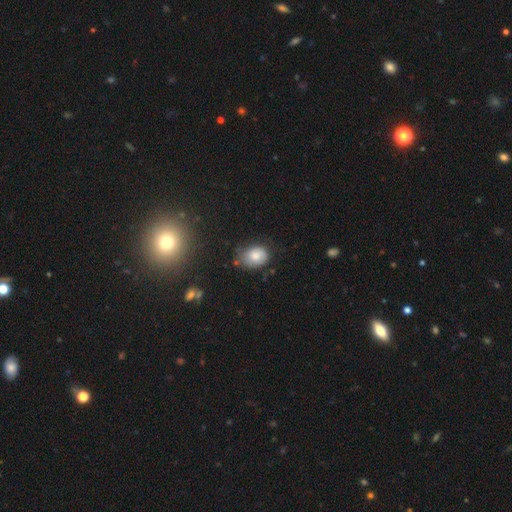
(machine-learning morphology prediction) smooth 76%, featured or disk 14%, star or artifact 10%. Down the decision tree: how rounded — in between (61%); merging — none (58%).